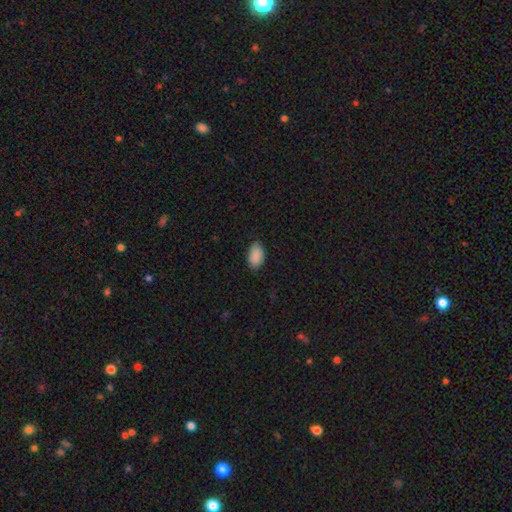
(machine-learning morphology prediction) smooth_or_featured: smooth (p=0.90) [alt: star or artifact p=0.07]
how_rounded: in between (p=0.94) [alt: round p=0.05]
merging: none (p=0.83) [alt: minor disturbance p=0.14]